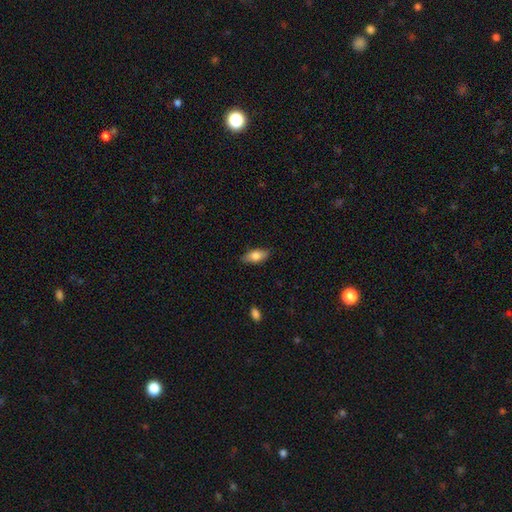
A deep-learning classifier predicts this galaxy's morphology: Smooth or featured? smooth (80%)
How rounded? in between (86%)
Merging? none (84%)